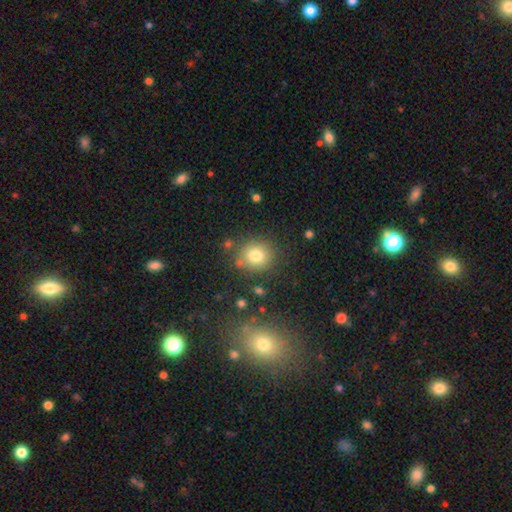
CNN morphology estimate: This is likely a smooth galaxy (79%). How rounded: clearly round (85%). Merging: clearly none (81%).